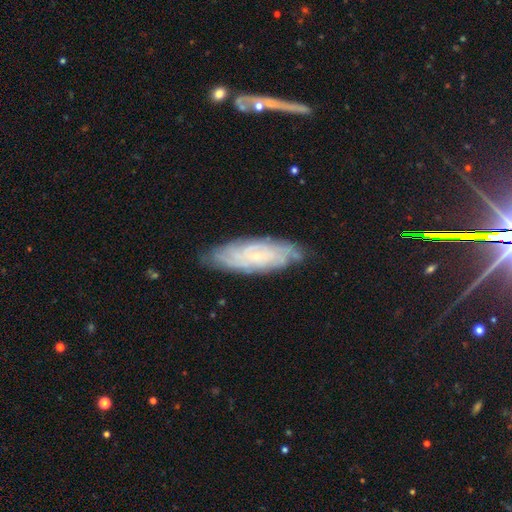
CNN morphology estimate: This is likely a featured or disk galaxy (73%). It is clearly not viewed edge-on (84%). Bar: likely no (72%). Spiral arm pattern: clearly yes (92%). Spiral arm count: possibly can't tell (52%). Spiral winding: likely tight (72%). Central bulge: likely small (79%). Merging: likely none (77%).